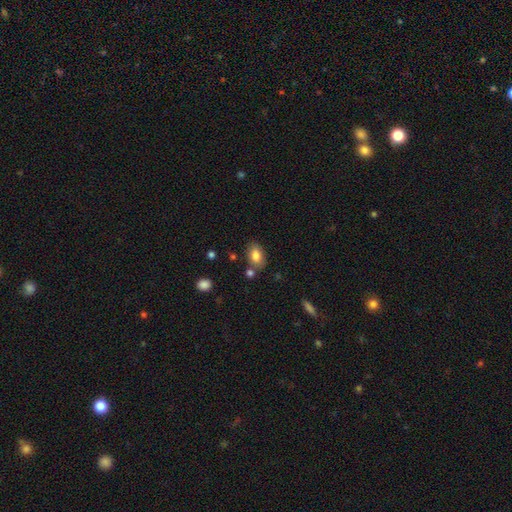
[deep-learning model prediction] Overall: smooth (82%). How rounded: in between (87%). Merging: none (73%).